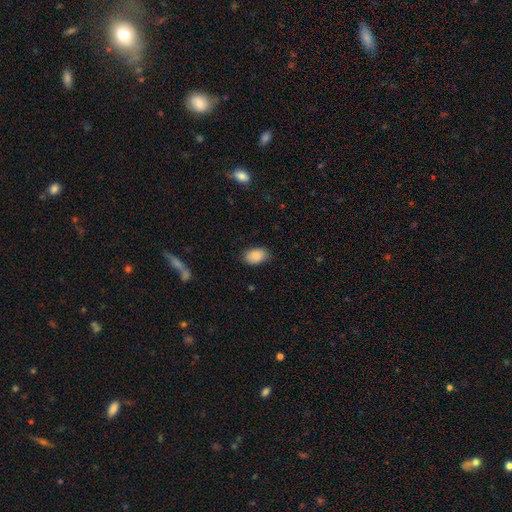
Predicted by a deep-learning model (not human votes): Q: Smooth or featured?
A: smooth (88%); runner-up: star or artifact (7%)
Q: How rounded?
A: in between (88%); runner-up: round (11%)
Q: Merging?
A: none (81%); runner-up: minor disturbance (15%)